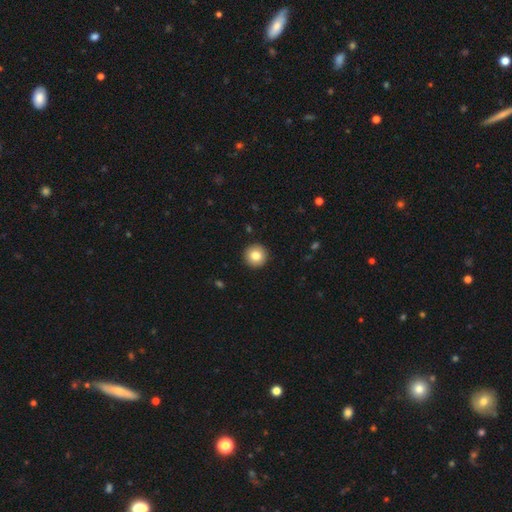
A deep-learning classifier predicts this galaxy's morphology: Smooth or featured?
  - smooth: 82% *
  - featured or disk: 9%
  - star or artifact: 9%
How rounded?
  - round: 96% *
  - in between: 3%
  - cigar-shaped: 1%
Merging?
  - none: 93% *
  - minor disturbance: 4%
  - major disturbance: 1%
  - merger: 1%